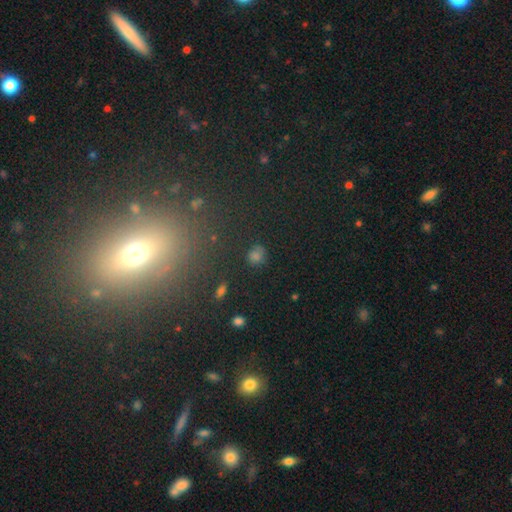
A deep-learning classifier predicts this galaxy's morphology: Smooth or featured? smooth (59%)
How rounded? round (64%)
Merging? none (81%)